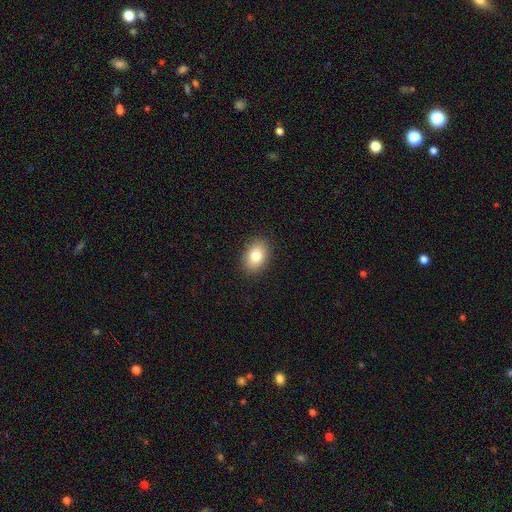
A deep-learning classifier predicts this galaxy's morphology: Overall: smooth (80%). How rounded: in between (78%). Merging: none (89%).